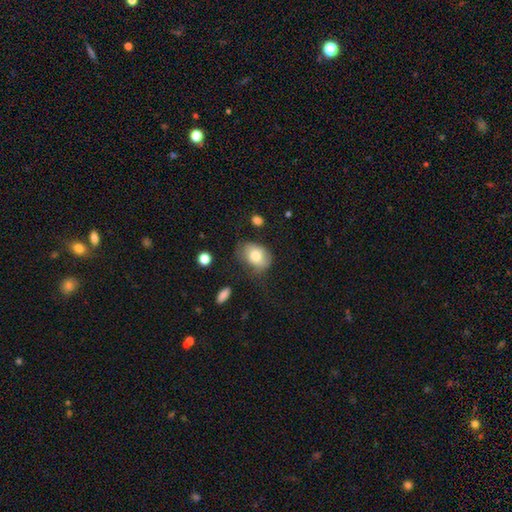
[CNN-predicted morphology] Smooth or featured? Predicted: smooth (p=0.77). How rounded? Predicted: in between (p=0.73). Merging? Predicted: none (p=0.51).